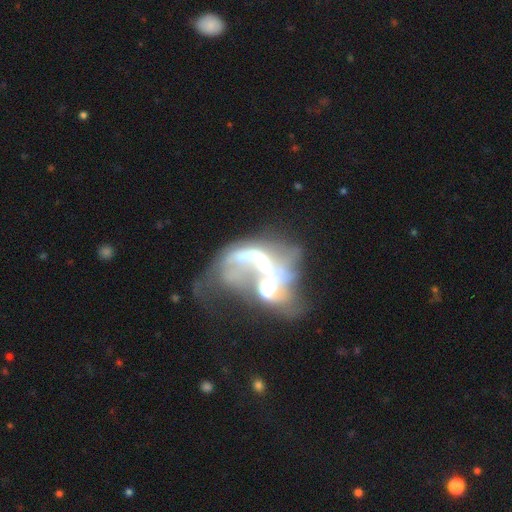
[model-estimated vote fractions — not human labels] Smooth or featured?
  - featured or disk: 64% *
  - smooth: 22%
  - star or artifact: 14%
Edge-on disk?
  - no: 96% *
  - yes: 4%
Bar?
  - no: 66% *
  - weak: 21%
  - strong: 13%
Spiral arms?
  - no: 57% *
  - yes: 43%
Bulge size?
  - moderate: 40% *
  - none: 23%
  - large: 16%
  - small: 15%
  - dominant: 6%
Merging?
  - merger: 65% *
  - major disturbance: 23%
  - none: 8%
  - minor disturbance: 5%